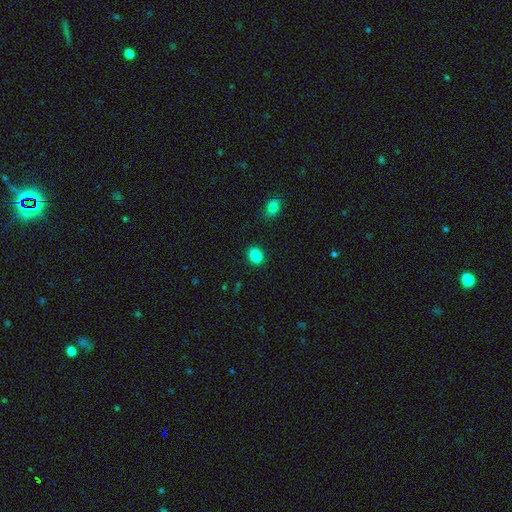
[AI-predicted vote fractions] Morphology: type=smooth (86%); roundness=in between (62%); merging=none (88%).